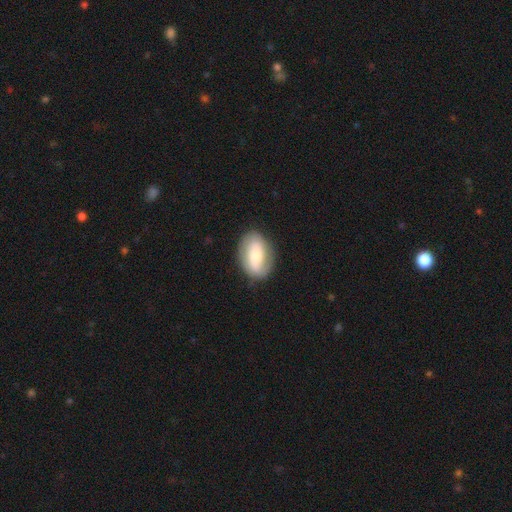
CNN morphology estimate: Smooth or featured? Predicted: featured or disk (p=0.50). Merging? Predicted: none (p=0.81).